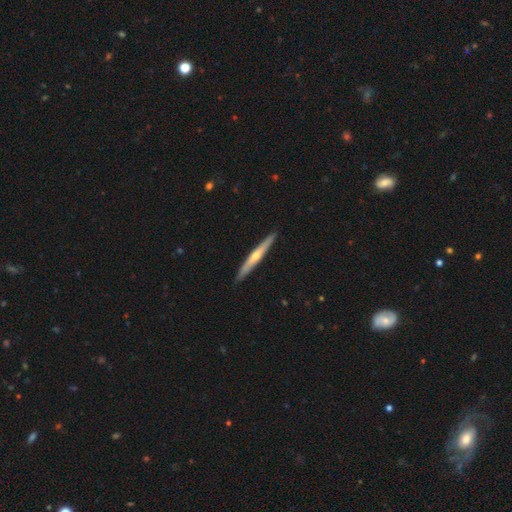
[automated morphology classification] smooth-or-featured: featured or disk: 65% | smooth: 30% | star or artifact: 5%
  disk-edge-on: yes: 97% | no: 3%
    edge-on-bulge: rounded: 78% | none: 19% | boxy: 3%
  merging: none: 91% | minor disturbance: 7% | major disturbance: 1% | merger: 1%